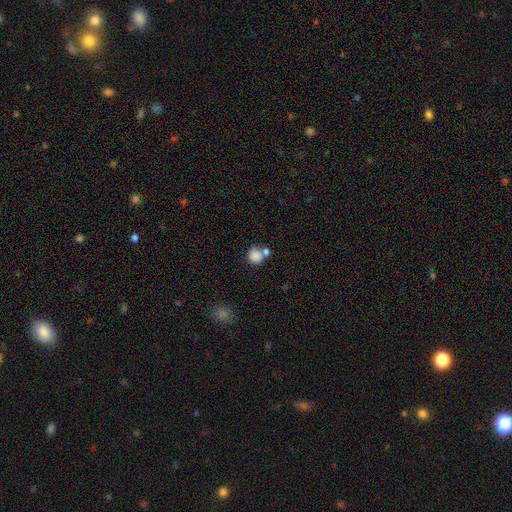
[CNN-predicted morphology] Smooth or featured? Predicted: smooth (p=0.82). How rounded? Predicted: round (p=0.81). Merging? Predicted: none (p=0.46).